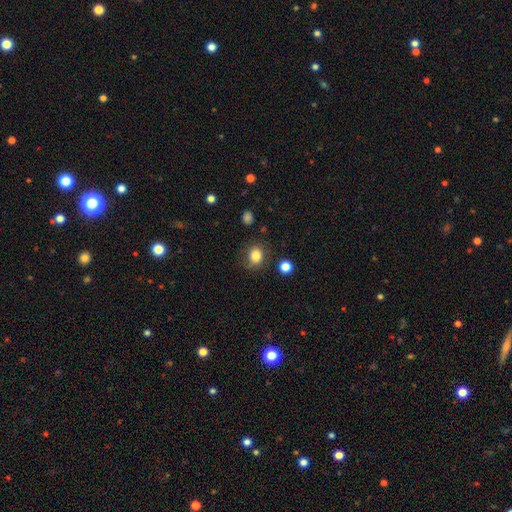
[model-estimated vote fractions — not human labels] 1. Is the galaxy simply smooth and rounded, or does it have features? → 83% smooth, 10% star or artifact, 7% featured or disk.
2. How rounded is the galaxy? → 63% round, 36% in between, 1% cigar-shaped.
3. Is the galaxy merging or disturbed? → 78% none, 15% minor disturbance, 5% major disturbance, 3% merger.